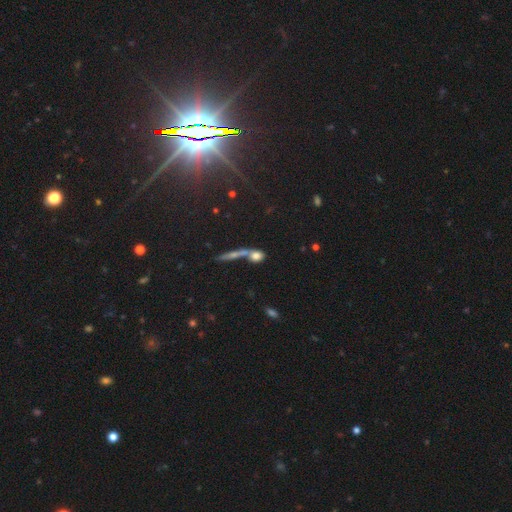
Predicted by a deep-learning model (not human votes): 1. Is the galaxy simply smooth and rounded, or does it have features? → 68% smooth, 19% featured or disk, 13% star or artifact.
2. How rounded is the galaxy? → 46% round, 38% in between, 16% cigar-shaped.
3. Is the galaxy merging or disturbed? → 43% none, 42% merger, 9% minor disturbance, 6% major disturbance.